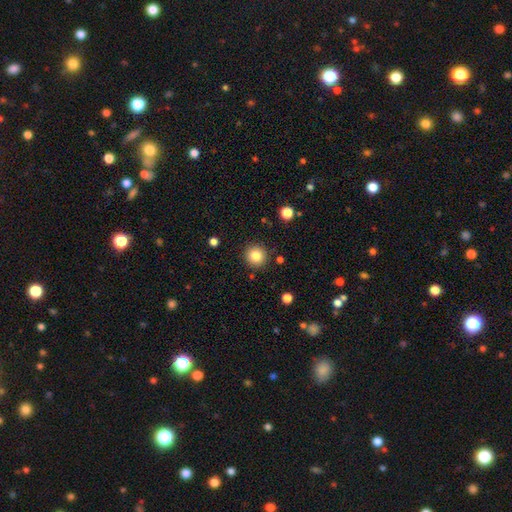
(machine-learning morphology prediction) Q: Smooth or featured?
A: smooth (83%); runner-up: star or artifact (11%)
Q: How rounded?
A: round (94%); runner-up: in between (5%)
Q: Merging?
A: none (89%); runner-up: minor disturbance (7%)